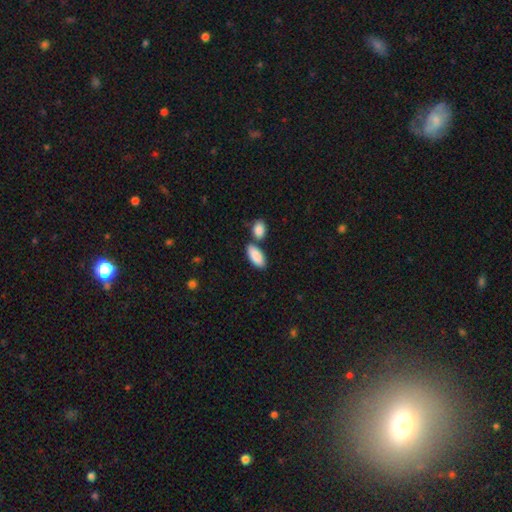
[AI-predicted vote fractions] This appears to be a smooth galaxy with no disk features (89%) that is in between round and cigar-shaped (89%). Merging: none (64%).